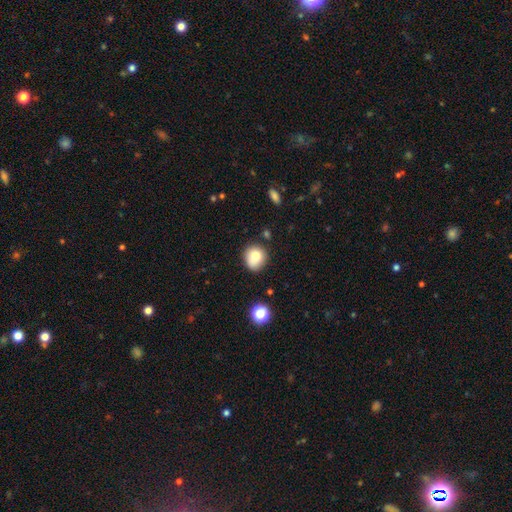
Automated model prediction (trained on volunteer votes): Smooth or featured? Predicted: smooth (p=0.78). How rounded? Predicted: round (p=0.82). Merging? Predicted: none (p=0.72).